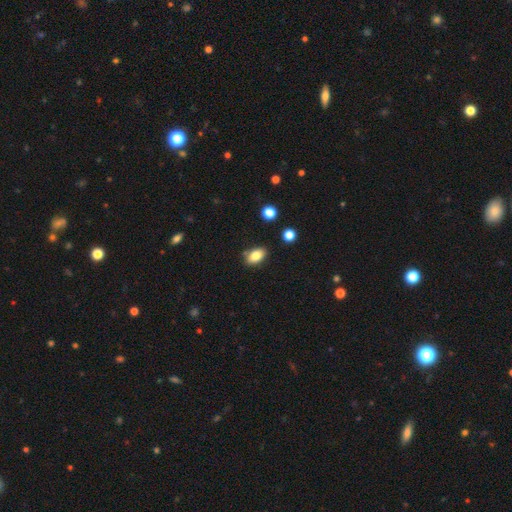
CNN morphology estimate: smooth_or_featured: smooth (p=0.82) [alt: featured or disk p=0.09]
how_rounded: in between (p=0.89) [alt: round p=0.08]
merging: none (p=0.82) [alt: minor disturbance p=0.12]